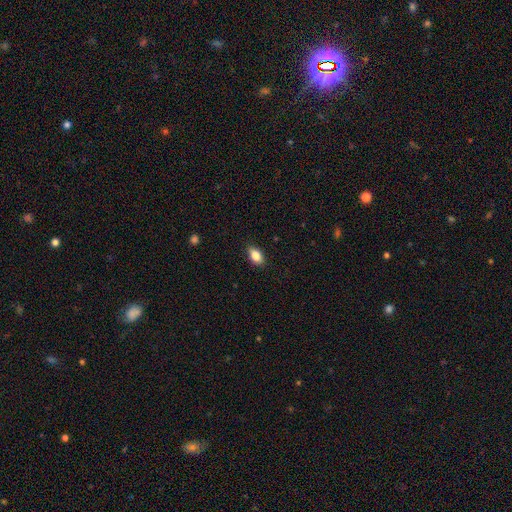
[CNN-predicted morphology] The model was most divided on "smooth or featured": smooth: 85%, star or artifact: 8%, featured or disk: 8%. More confident: how rounded — in between (88%); merging — none (87%).